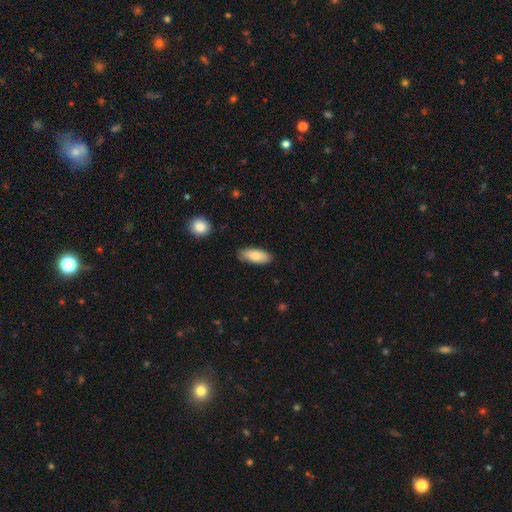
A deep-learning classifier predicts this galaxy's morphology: Smooth or featured? Predicted: smooth (p=0.82). How rounded? Predicted: in between (p=0.84). Merging? Predicted: none (p=0.81).